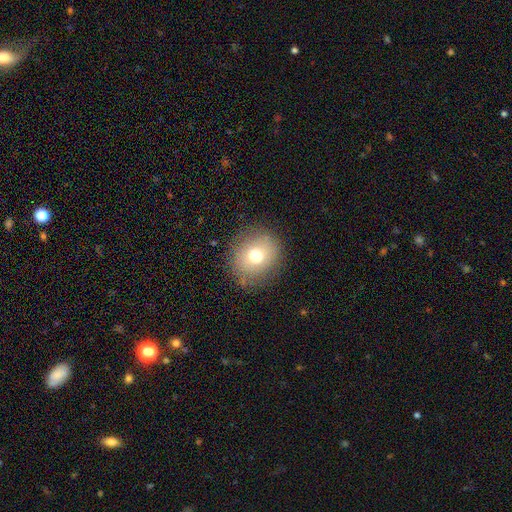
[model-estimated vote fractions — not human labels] Q: Smooth or featured?
A: smooth (70%); runner-up: featured or disk (17%)
Q: How rounded?
A: round (79%); runner-up: in between (20%)
Q: Merging?
A: none (83%); runner-up: minor disturbance (12%)